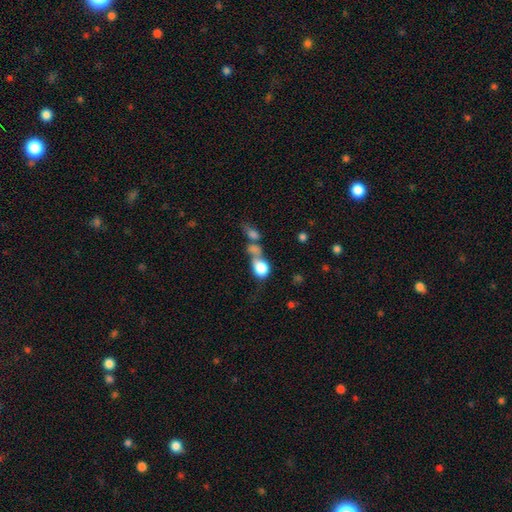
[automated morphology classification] smooth_or_featured: smooth (p=0.70) [alt: featured or disk p=0.18]
how_rounded: round (p=0.48) [alt: in between p=0.47]
merging: merger (p=0.50) [alt: none p=0.26]